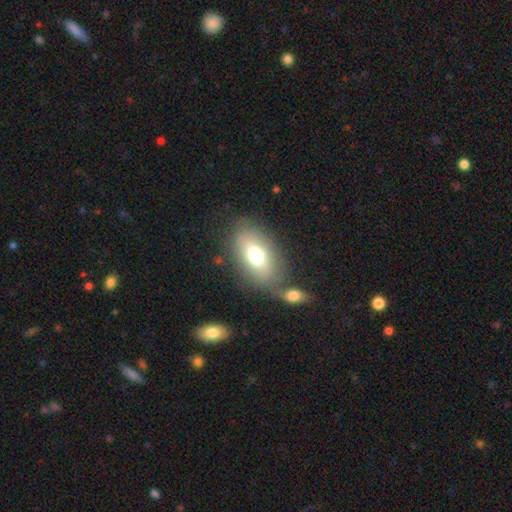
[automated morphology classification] smooth 71%, featured or disk 20%, star or artifact 9%. Down the decision tree: how rounded — in between (88%); merging — none (61%).